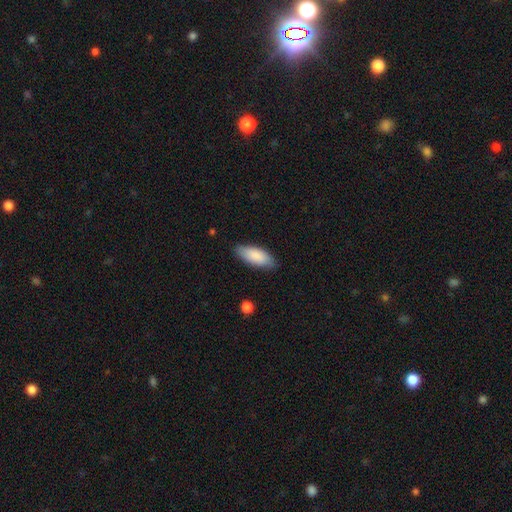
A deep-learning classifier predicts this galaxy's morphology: The model was most divided on "how rounded": in between: 81%, cigar-shaped: 18%, round: 2%. More confident: smooth or featured — smooth (87%); merging — none (82%).